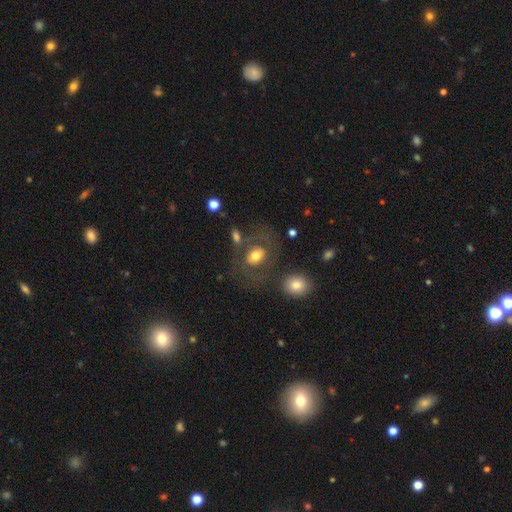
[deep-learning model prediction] smooth_or_featured: smooth (p=0.62) [alt: featured or disk p=0.29]
how_rounded: in between (p=0.55) [alt: round p=0.44]
merging: none (p=0.67) [alt: minor disturbance p=0.14]